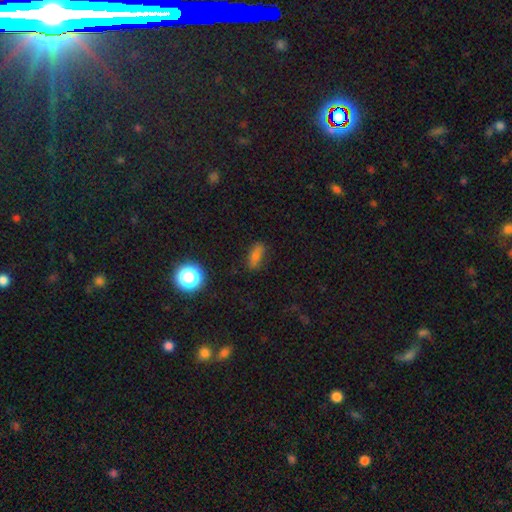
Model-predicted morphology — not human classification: Smooth or featured? smooth (70%)
How rounded? in between (74%)
Merging? none (79%)